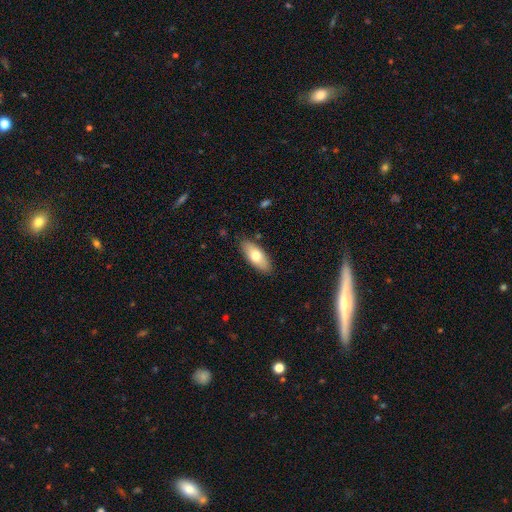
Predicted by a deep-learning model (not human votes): Smooth or featured?
  - smooth: 72% *
  - featured or disk: 22%
  - star or artifact: 6%
How rounded?
  - in between: 80% *
  - cigar-shaped: 17%
  - round: 2%
Merging?
  - none: 86% *
  - minor disturbance: 10%
  - major disturbance: 2%
  - merger: 1%